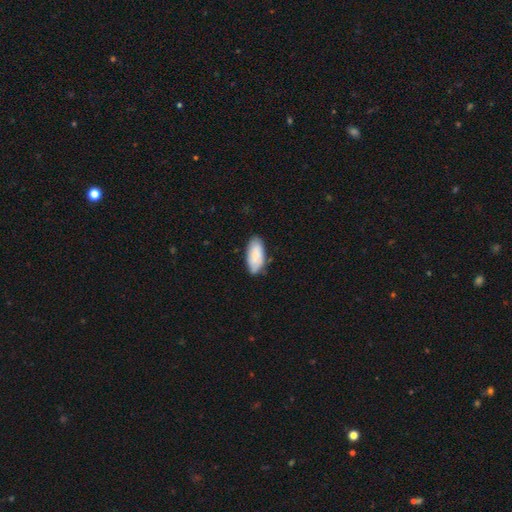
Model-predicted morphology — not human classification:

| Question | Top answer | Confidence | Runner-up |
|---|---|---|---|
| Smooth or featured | smooth | 84% | featured or disk (11%) |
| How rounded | in between | 90% | cigar-shaped (8%) |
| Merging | none | 76% | minor disturbance (20%) |